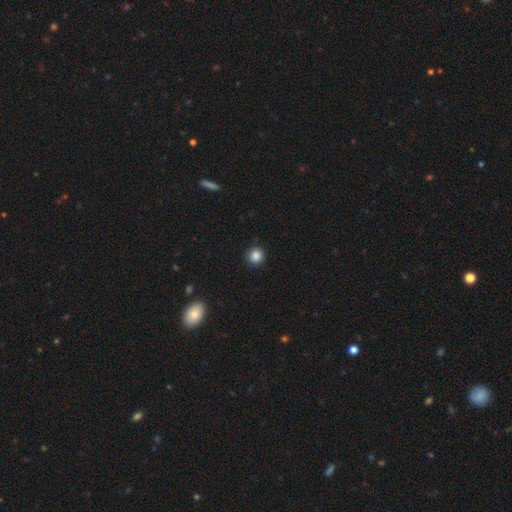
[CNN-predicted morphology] smooth_or_featured: smooth (p=0.85) [alt: star or artifact p=0.11]
how_rounded: round (p=0.93) [alt: in between p=0.06]
merging: none (p=0.91) [alt: minor disturbance p=0.06]